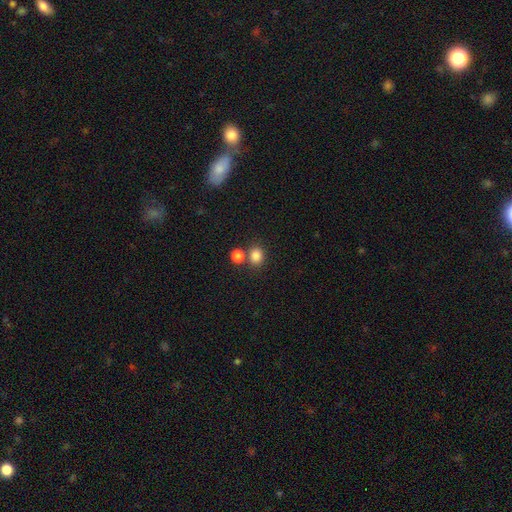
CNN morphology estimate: Smooth or featured?
  - smooth: 83% *
  - star or artifact: 12%
  - featured or disk: 5%
How rounded?
  - round: 66% *
  - in between: 33%
  - cigar-shaped: 1%
Merging?
  - none: 67% *
  - merger: 21%
  - minor disturbance: 9%
  - major disturbance: 3%